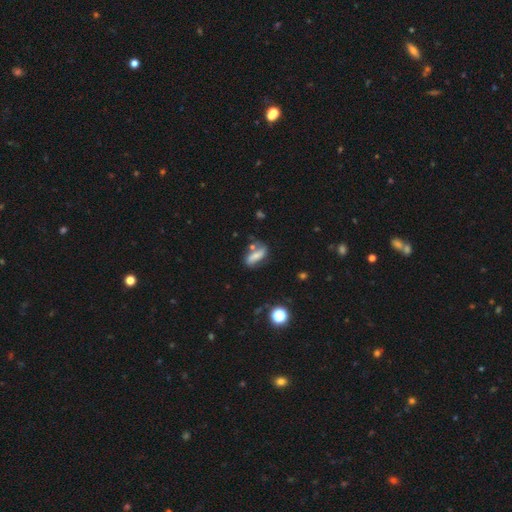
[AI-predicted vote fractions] Smooth or featured? Predicted: smooth (p=0.53). How rounded? Predicted: in between (p=0.62). Merging? Predicted: none (p=0.55).